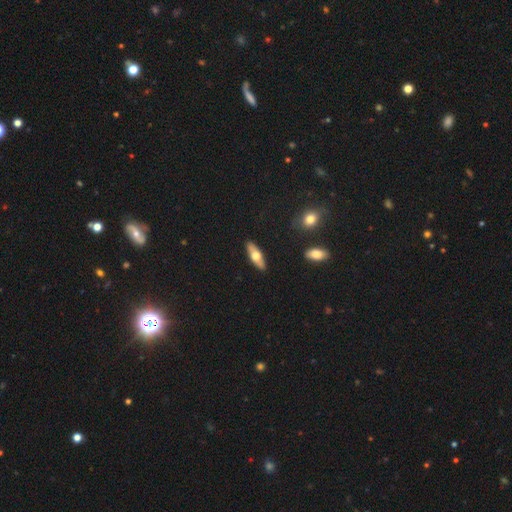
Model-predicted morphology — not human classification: smooth 53%, featured or disk 41%, star or artifact 6%. Down the decision tree: how rounded — in between (55%); merging — none (89%).